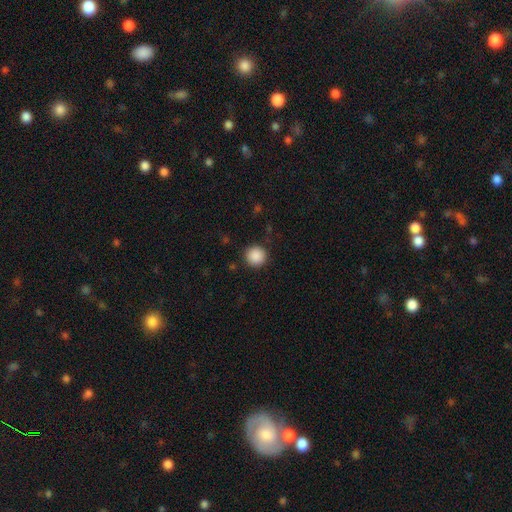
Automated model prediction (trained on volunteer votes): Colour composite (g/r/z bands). It shows a smooth galaxy with no disk features (88%) that is round (95%). Merging: none (90%).